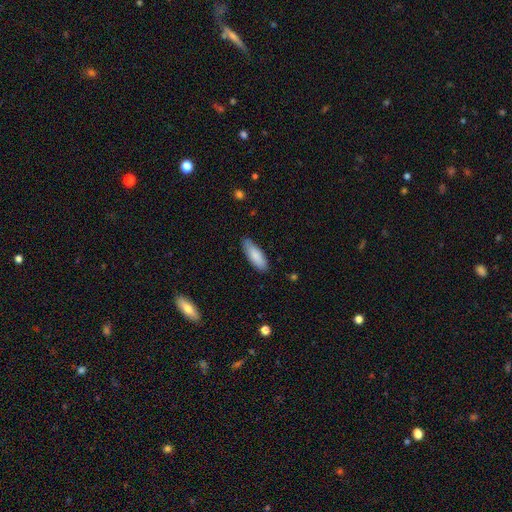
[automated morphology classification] Smooth or featured?
  - smooth: 85% *
  - featured or disk: 10%
  - star or artifact: 6%
How rounded?
  - in between: 63% *
  - cigar-shaped: 35%
  - round: 1%
Merging?
  - none: 83% *
  - minor disturbance: 14%
  - major disturbance: 2%
  - merger: 1%